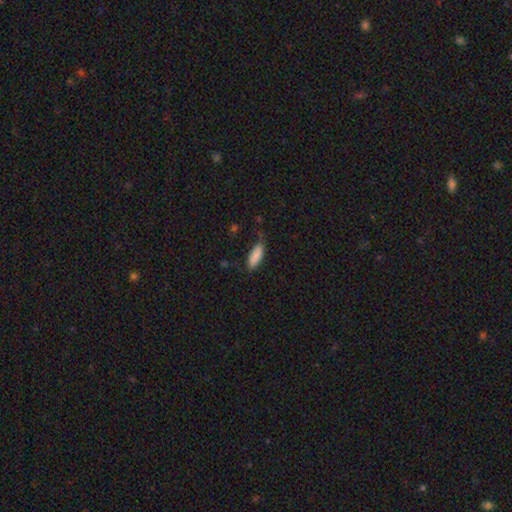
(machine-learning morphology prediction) smooth 87%, featured or disk 7%, star or artifact 6%. Down the decision tree: how rounded — in between (67%); merging — none (66%).